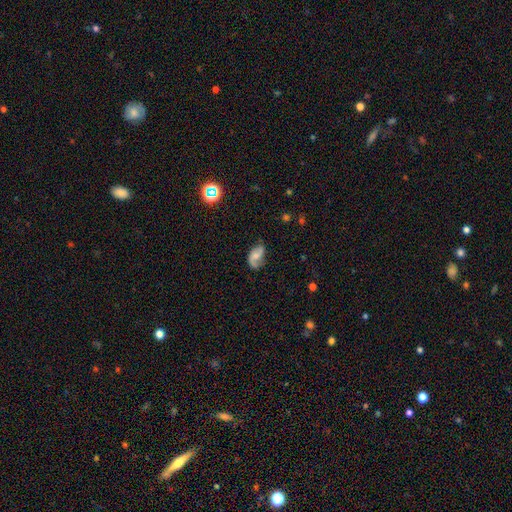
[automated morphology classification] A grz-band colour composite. It shows a featured or disk galaxy (58%) with no bar (54%), 2 (71%) loose (46%) spiral arms (89%) and a small central bulge (31%, tied with none). Merging: none (57%).